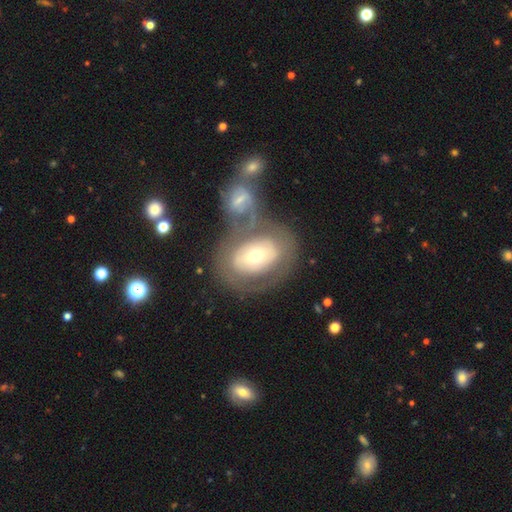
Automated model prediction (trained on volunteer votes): smooth-or-featured: featured or disk: 59% | smooth: 35% | star or artifact: 6%
  disk-edge-on: no: 94% | yes: 6%
    bar: no: 69% | weak: 19% | strong: 12%
    has-spiral-arms: no: 57% | yes: 43%
    bulge-size: moderate: 54% | small: 38% | large: 6% | dominant: 2% | none: 1%
  merging: none: 40% | merger: 37% | minor disturbance: 12% | major disturbance: 11%